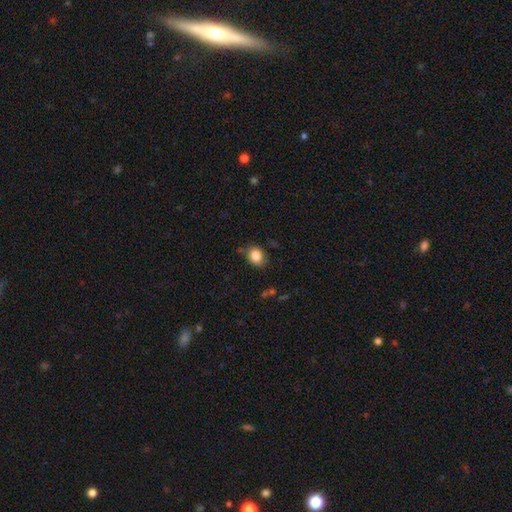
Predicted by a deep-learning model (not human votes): smooth-or-featured: smooth: 85% | star or artifact: 9% | featured or disk: 6%
  how-rounded: in between: 57% | round: 42% | cigar-shaped: 1%
  merging: none: 75% | minor disturbance: 18% | major disturbance: 4% | merger: 3%